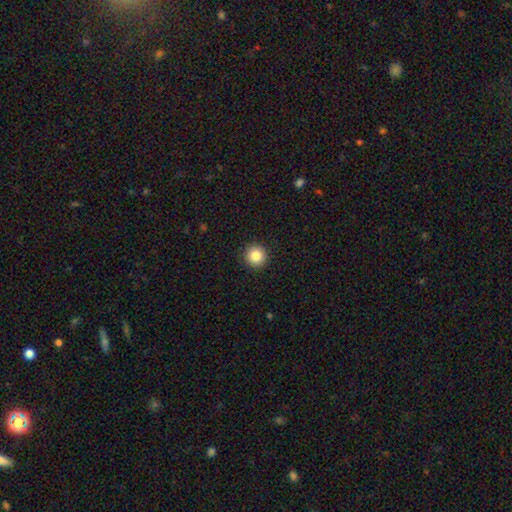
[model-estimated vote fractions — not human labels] smooth 86%, star or artifact 10%, featured or disk 5%. Down the decision tree: how rounded — round (95%); merging — none (92%).